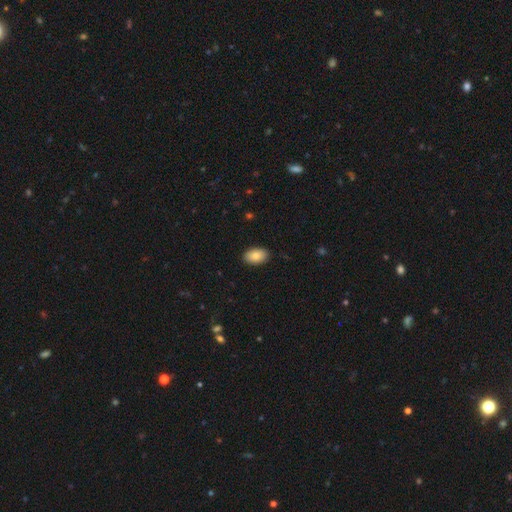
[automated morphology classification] Smooth or featured? Predicted: smooth (p=0.87). How rounded? Predicted: in between (p=0.92). Merging? Predicted: none (p=0.89).